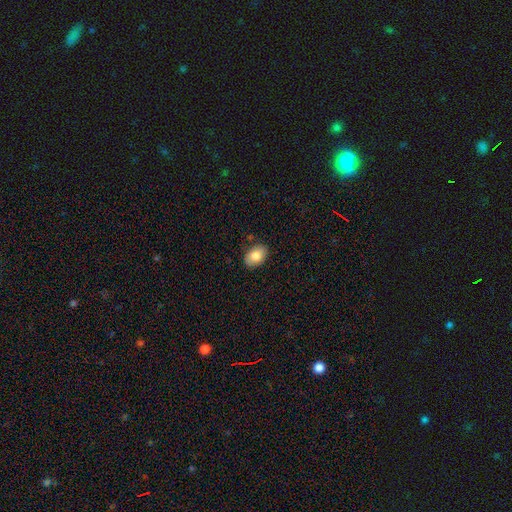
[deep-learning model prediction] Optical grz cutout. It shows a smooth galaxy with no disk features (81%) that is in between round and cigar-shaped (80%). Merging: none (86%).